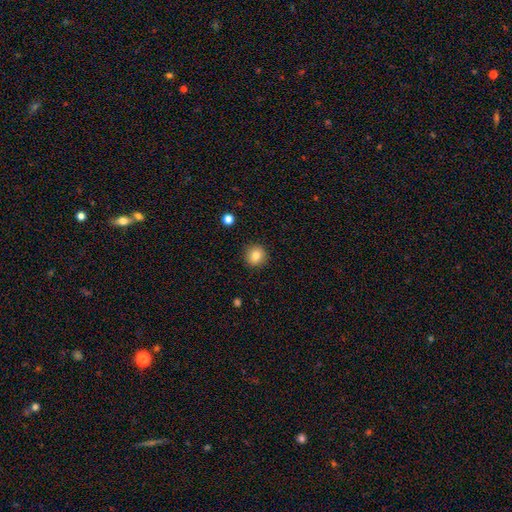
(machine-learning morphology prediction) Smooth or featured?
  - smooth: 82% *
  - star or artifact: 10%
  - featured or disk: 7%
How rounded?
  - round: 92% *
  - in between: 7%
  - cigar-shaped: 1%
Merging?
  - none: 91% *
  - minor disturbance: 6%
  - major disturbance: 2%
  - merger: 1%